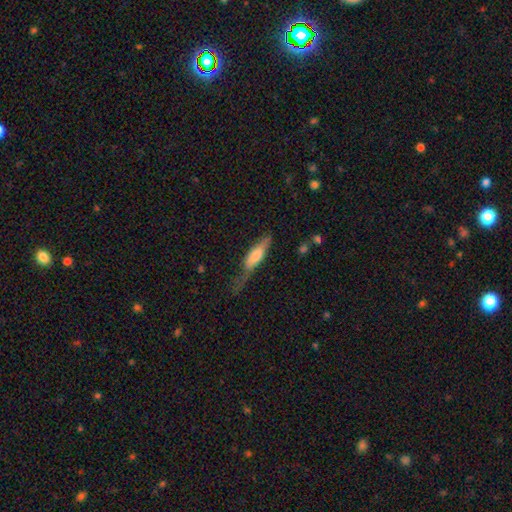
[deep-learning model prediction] A smooth galaxy with no disk features (55%) that is cigar-shaped (70%).

Vote fractions:
- Smooth or featured? smooth: 55% / featured or disk: 38% / star or artifact: 7%
- How rounded? cigar-shaped: 70% / in between: 29% / round: 2%
- Merging? none: 41% / minor disturbance: 33% / major disturbance: 23% / merger: 3%